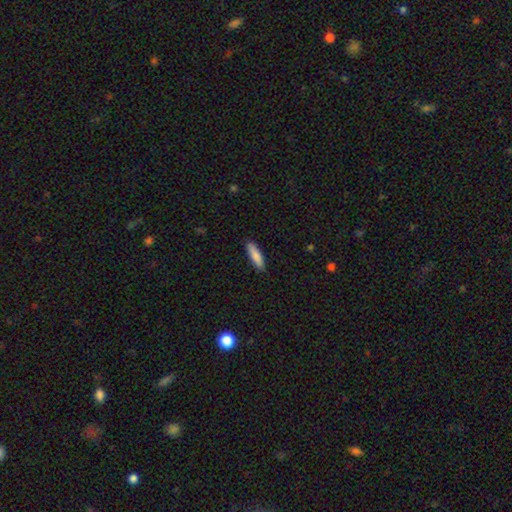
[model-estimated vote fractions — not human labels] Overall: smooth (85%). How rounded: cigar-shaped (70%). Merging: none (88%).